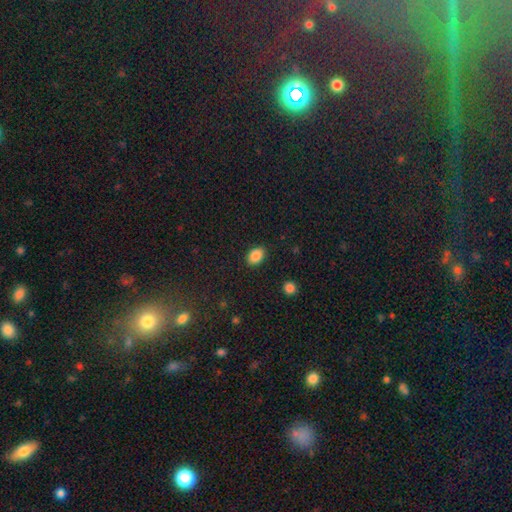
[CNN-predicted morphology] This is clearly a smooth galaxy (87%). How rounded: clearly in between (81%). Merging: clearly none (88%).